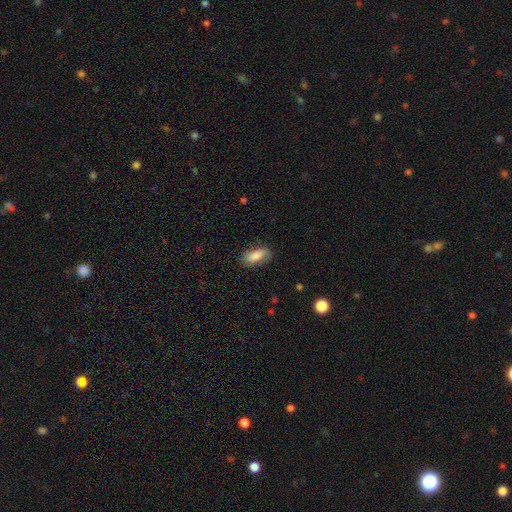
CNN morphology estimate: A smooth galaxy with no disk features (76%) that is in between round and cigar-shaped (83%).

Vote fractions:
- Smooth or featured? smooth: 76% / featured or disk: 17% / star or artifact: 7%
- How rounded? in between: 83% / cigar-shaped: 13% / round: 3%
- Merging? none: 78% / minor disturbance: 16% / major disturbance: 4% / merger: 1%